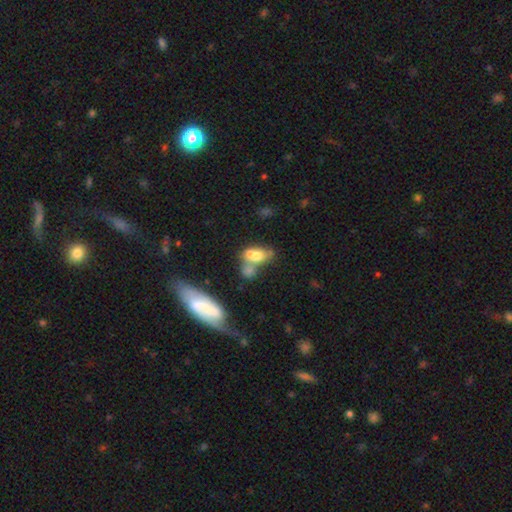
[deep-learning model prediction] smooth-or-featured: smooth: 65% | featured or disk: 24% | star or artifact: 11%
  how-rounded: in between: 77% | round: 18% | cigar-shaped: 5%
  merging: merger: 59% | none: 23% | minor disturbance: 10% | major disturbance: 7%